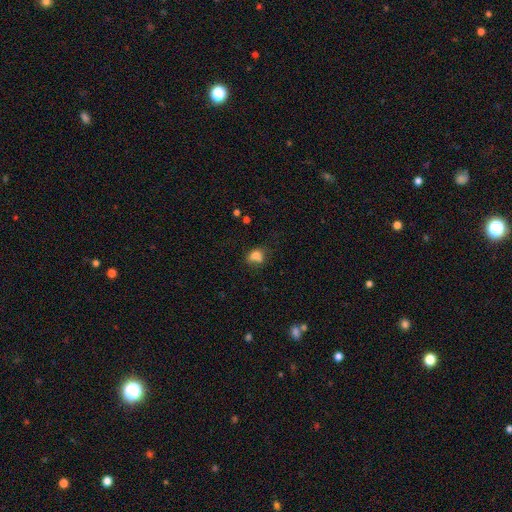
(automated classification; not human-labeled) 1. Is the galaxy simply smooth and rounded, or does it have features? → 74% smooth, 13% featured or disk, 13% star or artifact.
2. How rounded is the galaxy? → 56% in between, 43% round, 2% cigar-shaped.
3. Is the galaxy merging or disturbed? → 41% none, 25% merger, 22% minor disturbance, 11% major disturbance.